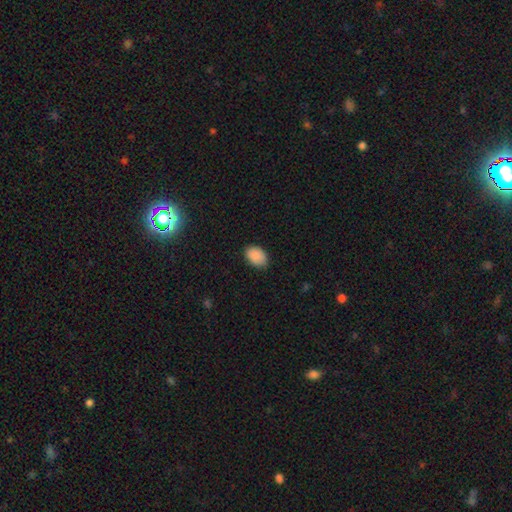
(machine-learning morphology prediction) Smooth or featured?
  - smooth: 89% *
  - star or artifact: 7%
  - featured or disk: 3%
How rounded?
  - in between: 84% *
  - round: 15%
  - cigar-shaped: 1%
Merging?
  - none: 82% *
  - minor disturbance: 15%
  - major disturbance: 2%
  - merger: 1%